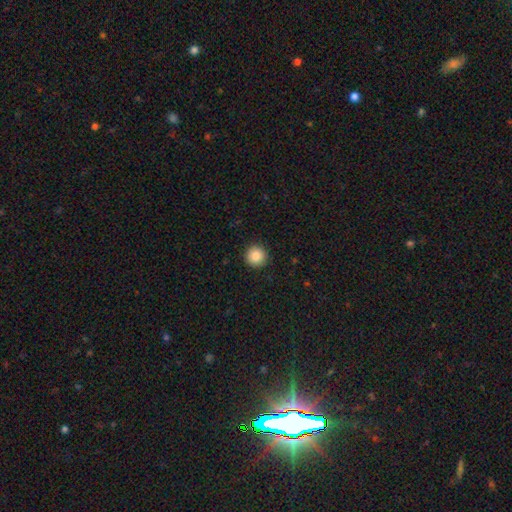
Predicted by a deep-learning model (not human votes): A smooth galaxy with no disk features (84%) that is round (96%).

Vote fractions:
- Smooth or featured? smooth: 84% / star or artifact: 9% / featured or disk: 6%
- How rounded? round: 96% / in between: 3% / cigar-shaped: 1%
- Merging? none: 93% / minor disturbance: 5% / major disturbance: 2% / merger: 1%